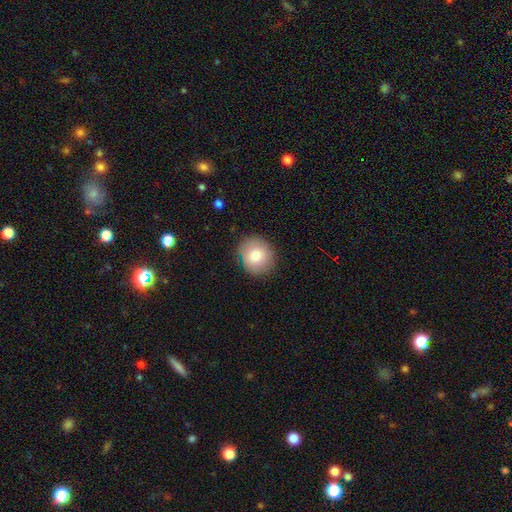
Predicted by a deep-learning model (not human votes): smooth 82%, featured or disk 11%, star or artifact 8%. Down the decision tree: how rounded — round (79%); merging — none (86%).